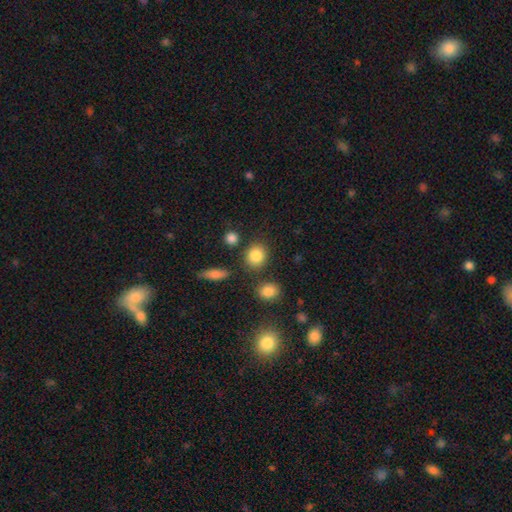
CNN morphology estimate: This is clearly a smooth galaxy (84%). How rounded: likely round (73%). Merging: likely none (78%).